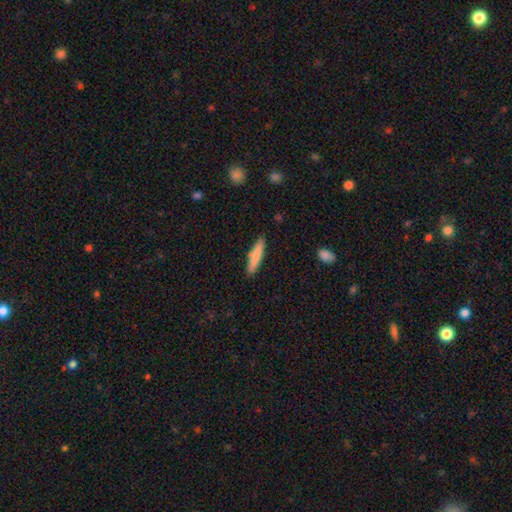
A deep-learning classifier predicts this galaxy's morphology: Overall: smooth (79%). How rounded: cigar-shaped (86%). Merging: none (88%).